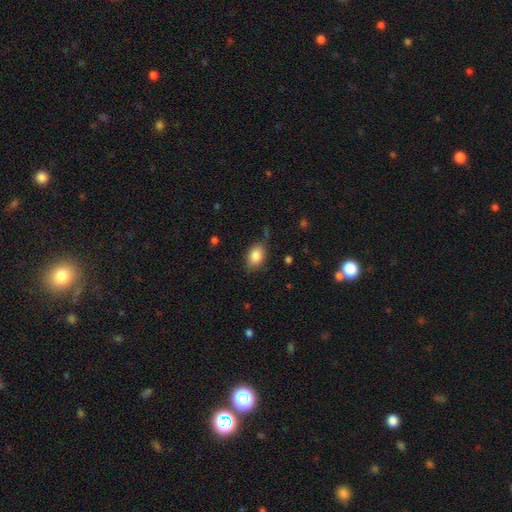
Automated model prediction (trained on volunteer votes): The model was most divided on "merging": none: 78%, minor disturbance: 16%, major disturbance: 4%, merger: 2%. More confident: smooth or featured — smooth (86%); how rounded — in between (86%).